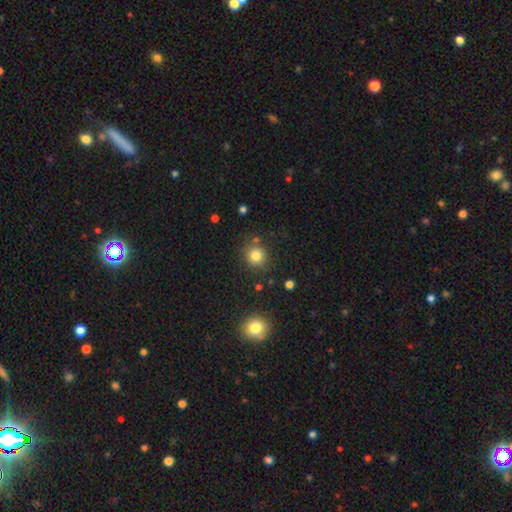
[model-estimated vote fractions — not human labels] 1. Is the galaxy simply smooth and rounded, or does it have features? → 82% smooth, 12% star or artifact, 6% featured or disk.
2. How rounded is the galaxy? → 88% round, 11% in between, 1% cigar-shaped.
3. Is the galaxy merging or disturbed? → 81% none, 10% minor disturbance, 6% merger, 3% major disturbance.